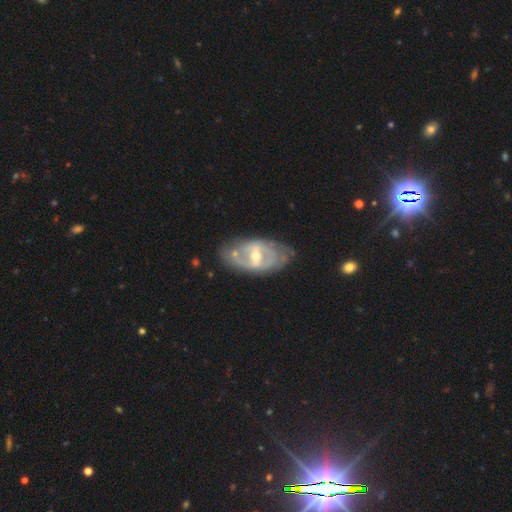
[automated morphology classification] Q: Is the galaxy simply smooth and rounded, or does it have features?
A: featured or disk — 81%.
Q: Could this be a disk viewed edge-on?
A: no — 94%.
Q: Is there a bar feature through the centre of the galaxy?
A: weak — 44%.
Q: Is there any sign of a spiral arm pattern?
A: yes — 78%.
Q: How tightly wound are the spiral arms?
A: tight — 46%.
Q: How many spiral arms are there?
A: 2 — 61%.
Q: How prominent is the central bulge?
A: moderate — 52%.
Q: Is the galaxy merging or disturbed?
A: none — 66%.